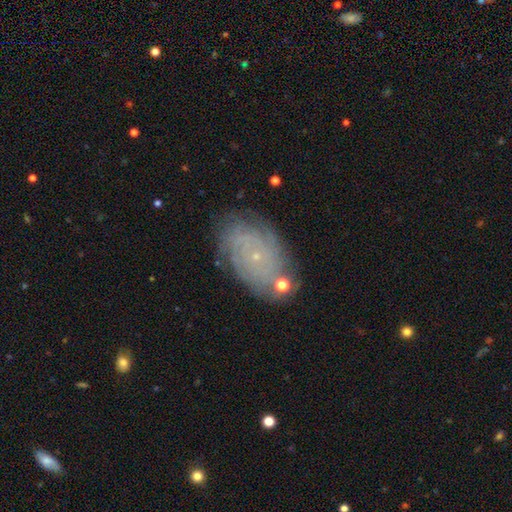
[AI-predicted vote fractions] Smooth or featured?
  - featured or disk: 66% *
  - smooth: 21%
  - star or artifact: 13%
Edge-on disk?
  - no: 95% *
  - yes: 5%
Bar?
  - no: 85% *
  - weak: 12%
  - strong: 3%
Spiral arms?
  - yes: 84% *
  - no: 16%
Spiral winding?
  - tight: 73% *
  - medium: 20%
  - loose: 7%
Spiral arm count?
  - can't tell: 49% *
  - 4: 13%
  - more than 4: 12%
  - 2: 10%
  - 3: 10%
  - 1: 6%
Bulge size?
  - small: 88% *
  - moderate: 7%
  - none: 3%
  - large: 1%
  - dominant: 1%
Merging?
  - none: 77% *
  - minor disturbance: 14%
  - major disturbance: 4%
  - merger: 4%